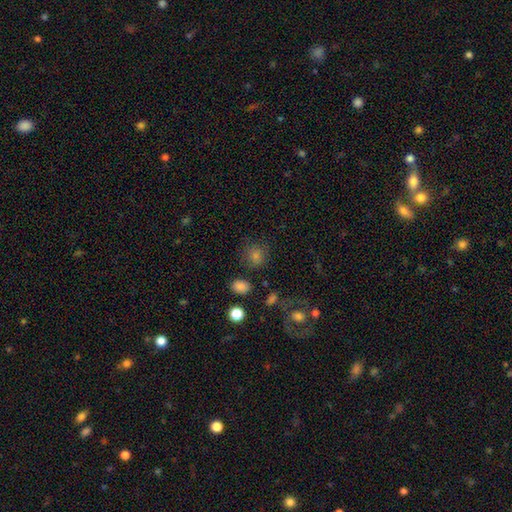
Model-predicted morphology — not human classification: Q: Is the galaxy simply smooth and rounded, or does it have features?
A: smooth — 71%.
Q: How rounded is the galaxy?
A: round — 83%.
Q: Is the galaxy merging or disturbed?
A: none — 79%.